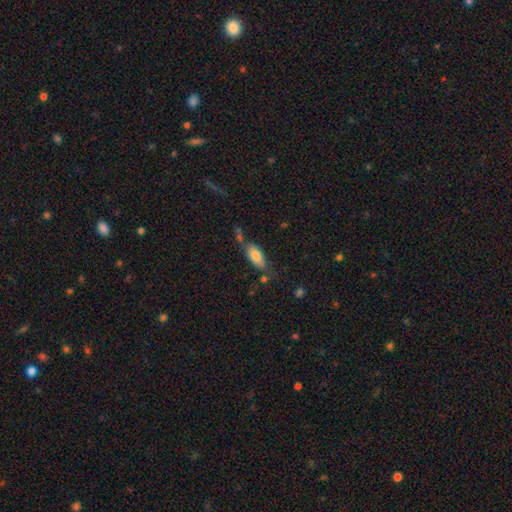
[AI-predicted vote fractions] A smooth galaxy with no disk features (77%) that is in between round and cigar-shaped (83%). Merging: none (58%).